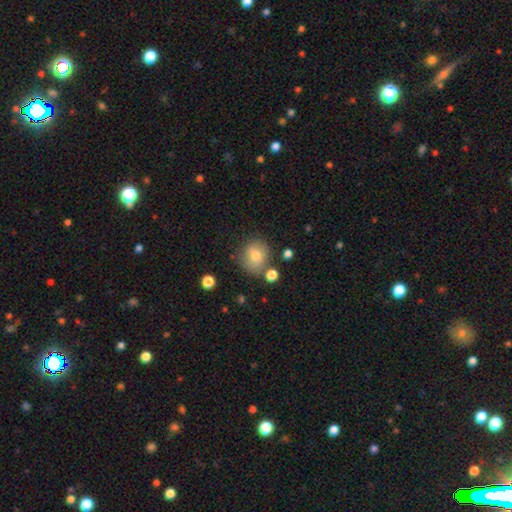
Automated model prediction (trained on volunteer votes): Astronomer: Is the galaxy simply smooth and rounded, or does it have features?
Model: smooth — 74%.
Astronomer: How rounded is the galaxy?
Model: round — 82%.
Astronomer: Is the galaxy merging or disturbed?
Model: none — 74%.